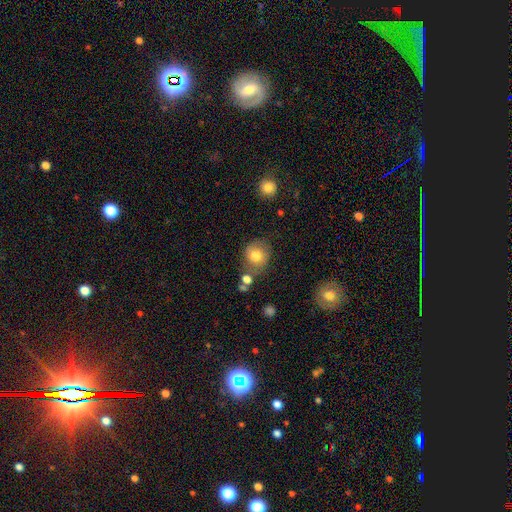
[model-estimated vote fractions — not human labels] Smooth or featured?
  - smooth: 76% *
  - featured or disk: 14%
  - star or artifact: 10%
How rounded?
  - round: 79% *
  - in between: 20%
  - cigar-shaped: 1%
Merging?
  - none: 64% *
  - minor disturbance: 20%
  - merger: 9%
  - major disturbance: 7%